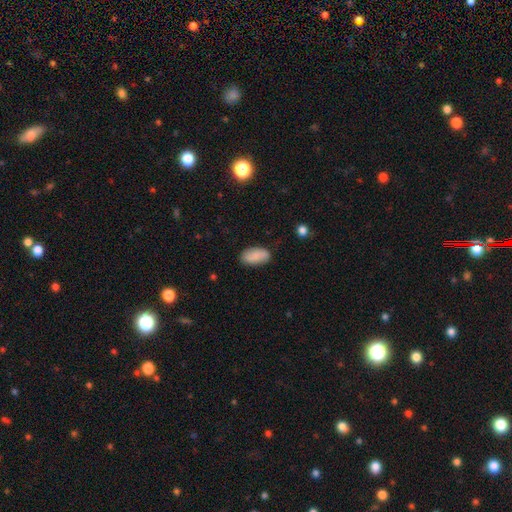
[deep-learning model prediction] smooth_or_featured: smooth (p=0.81) [alt: featured or disk p=0.13]
how_rounded: in between (p=0.94) [alt: cigar-shaped p=0.03]
merging: none (p=0.83) [alt: minor disturbance p=0.13]